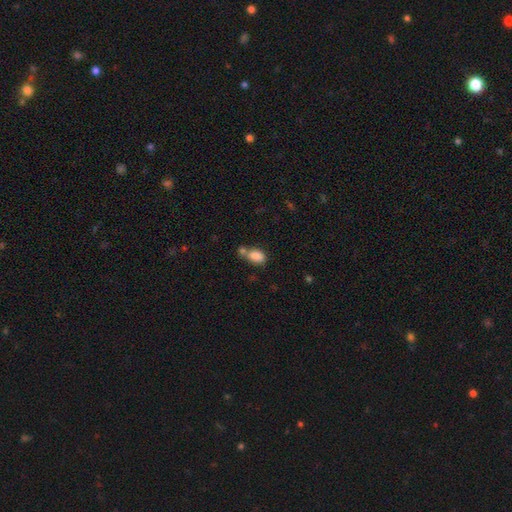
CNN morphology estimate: Q: Smooth or featured?
A: smooth (85%); runner-up: star or artifact (9%)
Q: How rounded?
A: in between (83%); runner-up: round (15%)
Q: Merging?
A: none (44%); runner-up: merger (37%)